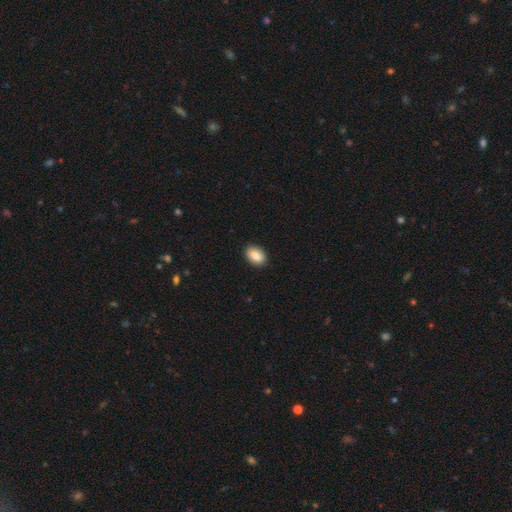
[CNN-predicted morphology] Smooth or featured: smooth — 84% (featured or disk — 9%)
How rounded: in between — 86% (round — 12%)
Merging: none — 90% (minor disturbance — 7%)